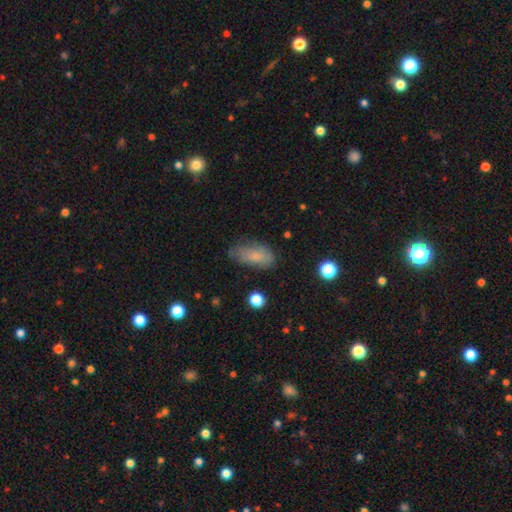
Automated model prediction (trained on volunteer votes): Morphology: type=smooth (76%); roundness=in between (89%); merging=none (62%).